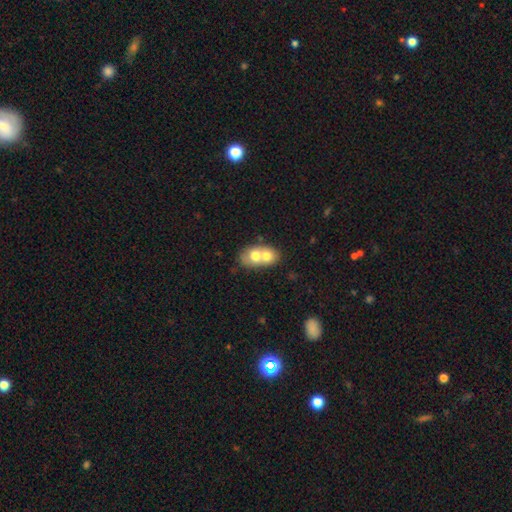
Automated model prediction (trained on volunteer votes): Smooth or featured? Predicted: smooth (p=0.65). How rounded? Predicted: in between (p=0.62). Merging? Predicted: merger (p=0.73).